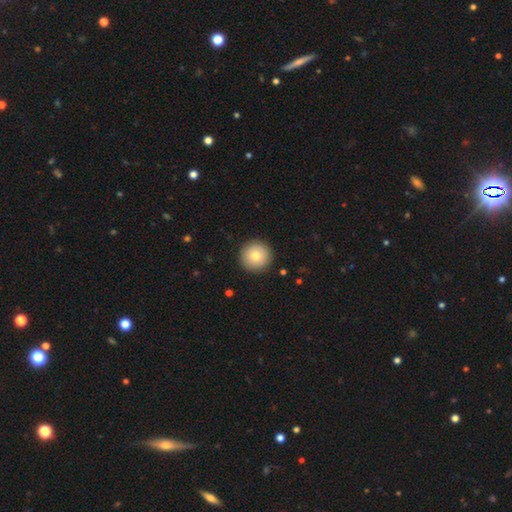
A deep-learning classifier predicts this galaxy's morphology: smooth-or-featured: smooth: 80% | featured or disk: 12% | star or artifact: 8%
  how-rounded: round: 96% | in between: 3% | cigar-shaped: 1%
  merging: none: 92% | minor disturbance: 5% | major disturbance: 2% | merger: 1%